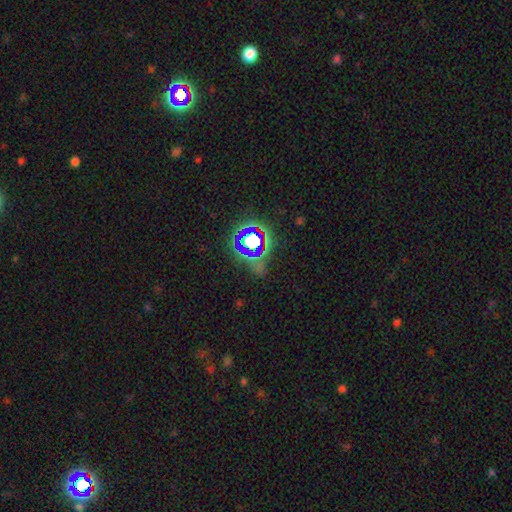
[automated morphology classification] type=star or artifact (77%).